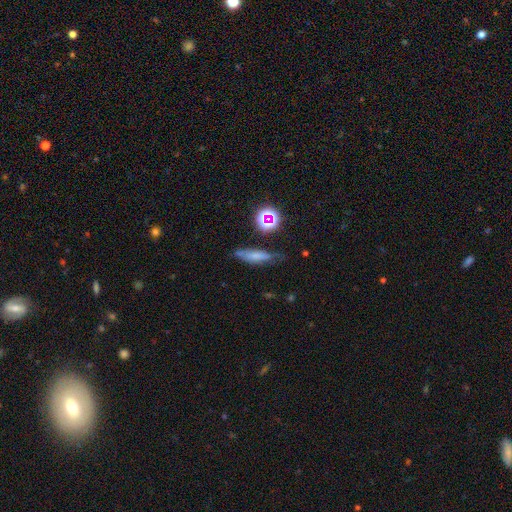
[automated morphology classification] type=smooth (60%); roundness=cigar-shaped (66%); merging=none (60%).